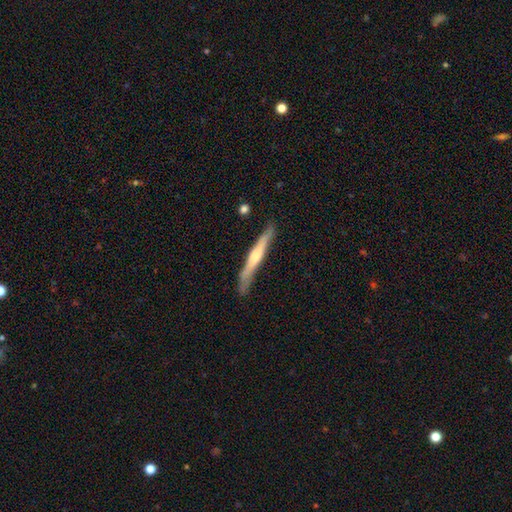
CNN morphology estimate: The model was most divided on "smooth or featured": featured or disk: 56%, smooth: 39%, star or artifact: 5%. More confident: edge-on disk — yes (96%); merging — none (83%); edge-on bulge — rounded (62%).